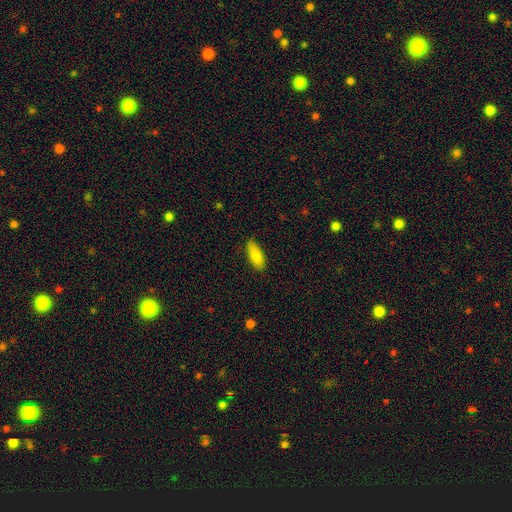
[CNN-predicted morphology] Smooth or featured: smooth — 87% (featured or disk — 6%)
How rounded: in between — 76% (cigar-shaped — 22%)
Merging: none — 82% (minor disturbance — 14%)